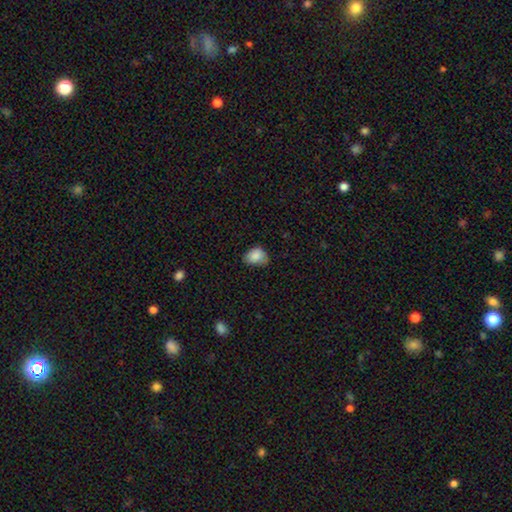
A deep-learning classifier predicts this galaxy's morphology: Q: Smooth or featured?
A: smooth (86%); runner-up: star or artifact (9%)
Q: How rounded?
A: in between (68%); runner-up: round (31%)
Q: Merging?
A: none (50%); runner-up: minor disturbance (40%)